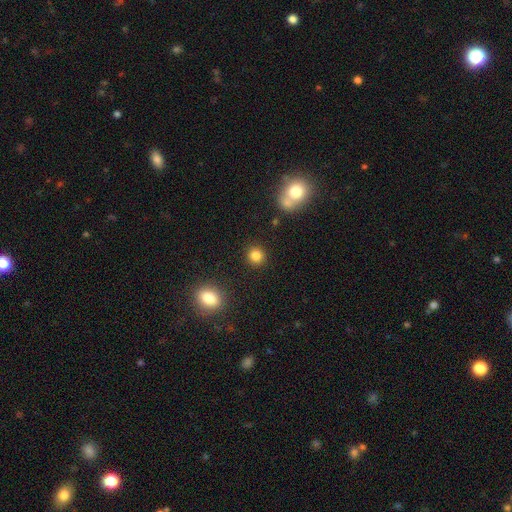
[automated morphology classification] Smooth or featured? smooth (84%)
How rounded? round (89%)
Merging? none (89%)